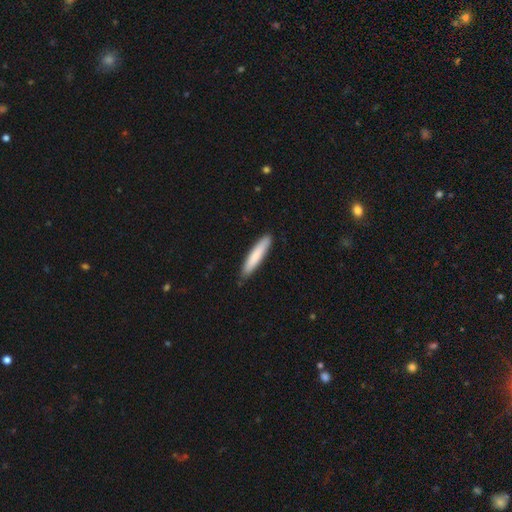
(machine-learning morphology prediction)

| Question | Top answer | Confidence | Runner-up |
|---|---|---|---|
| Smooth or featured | smooth | 78% | featured or disk (17%) |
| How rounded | cigar-shaped | 89% | in between (10%) |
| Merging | none | 85% | minor disturbance (12%) |